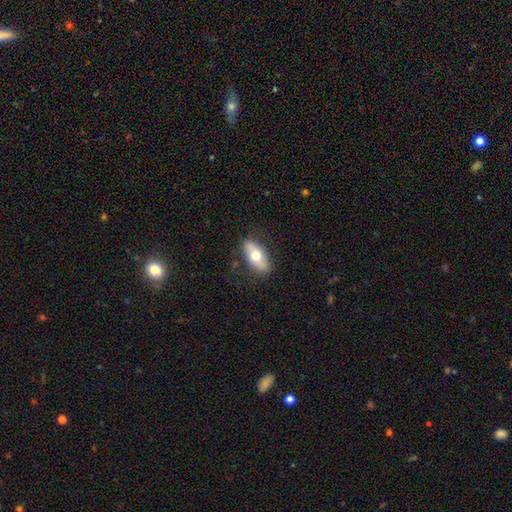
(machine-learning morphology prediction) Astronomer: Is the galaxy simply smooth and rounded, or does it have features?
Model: smooth — 63%.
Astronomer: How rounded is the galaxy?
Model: in between — 84%.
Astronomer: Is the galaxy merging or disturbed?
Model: none — 82%.